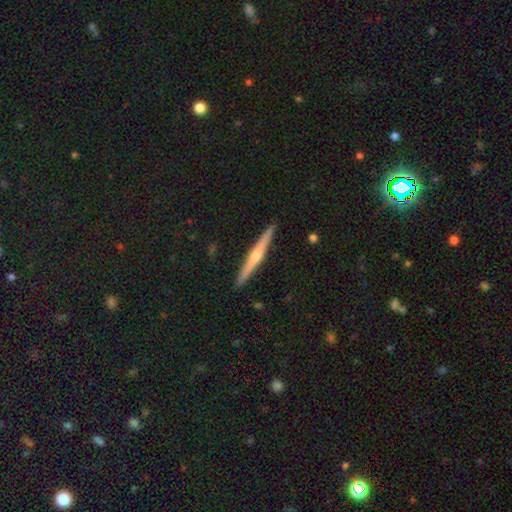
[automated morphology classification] Q: Smooth or featured?
A: featured or disk (66%); runner-up: smooth (28%)
Q: Edge-on disk?
A: yes (98%); runner-up: no (2%)
Q: Edge-on bulge?
A: rounded (79%); runner-up: none (17%)
Q: Merging?
A: none (92%); runner-up: minor disturbance (5%)